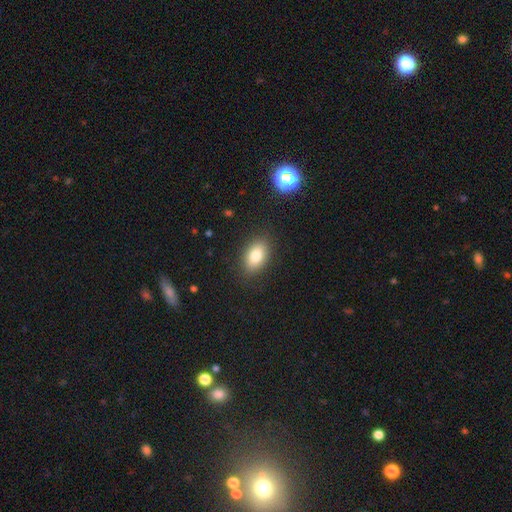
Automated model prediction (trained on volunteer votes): smooth 81%, featured or disk 10%, star or artifact 9%. Down the decision tree: how rounded — in between (87%); merging — none (86%).